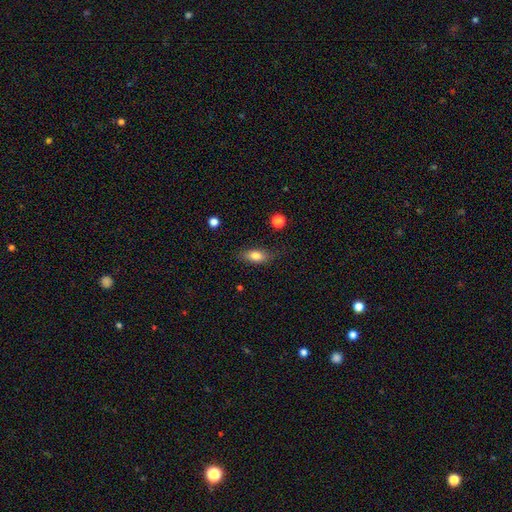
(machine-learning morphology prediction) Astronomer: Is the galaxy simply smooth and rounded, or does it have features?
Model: smooth — 79%.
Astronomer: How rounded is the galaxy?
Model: in between — 81%.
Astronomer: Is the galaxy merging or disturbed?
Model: none — 79%.